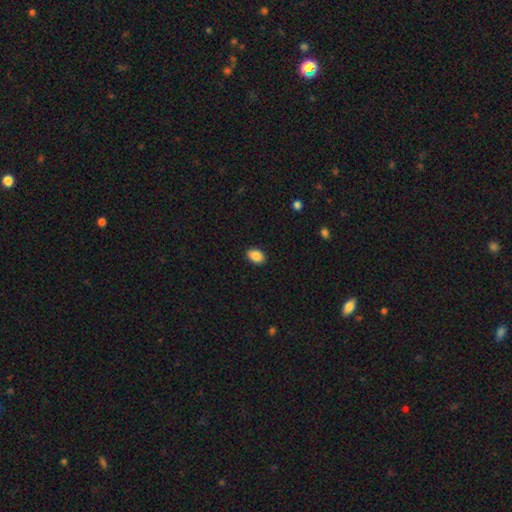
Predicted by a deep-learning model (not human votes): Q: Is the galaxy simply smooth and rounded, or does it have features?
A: smooth — 88%.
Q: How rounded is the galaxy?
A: in between — 82%.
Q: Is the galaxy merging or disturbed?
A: none — 89%.